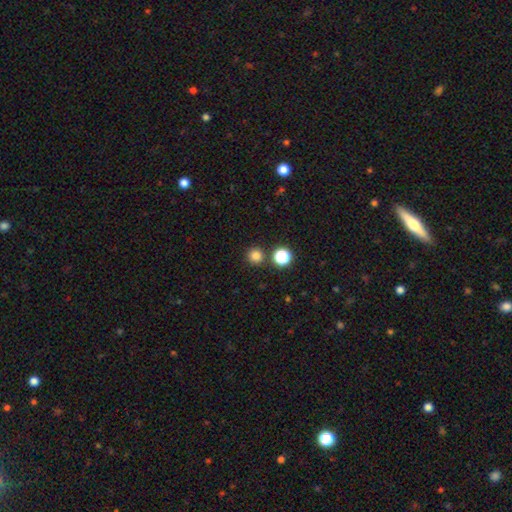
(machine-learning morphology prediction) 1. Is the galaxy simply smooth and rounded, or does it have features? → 80% smooth, 16% star or artifact, 4% featured or disk.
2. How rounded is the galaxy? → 95% round, 4% in between, 1% cigar-shaped.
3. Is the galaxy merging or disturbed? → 86% none, 6% merger, 6% minor disturbance, 2% major disturbance.